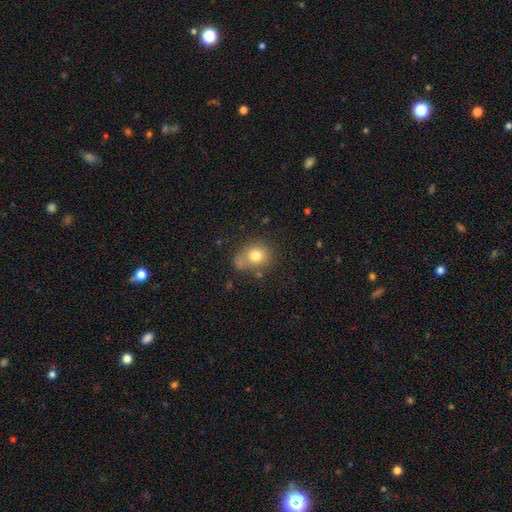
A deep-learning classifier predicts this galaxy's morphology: A smooth galaxy with no disk features (77%) that is round (66%).

Vote fractions:
- Smooth or featured? smooth: 77% / featured or disk: 12% / star or artifact: 11%
- How rounded? round: 66% / in between: 33% / cigar-shaped: 1%
- Merging? none: 54% / minor disturbance: 21% / merger: 16% / major disturbance: 9%